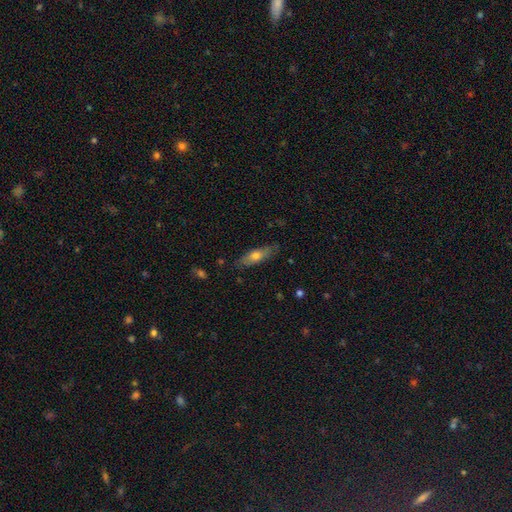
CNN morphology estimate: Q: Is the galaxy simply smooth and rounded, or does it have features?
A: smooth — 63%.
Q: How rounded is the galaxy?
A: in between — 50%.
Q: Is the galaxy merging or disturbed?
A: none — 80%.